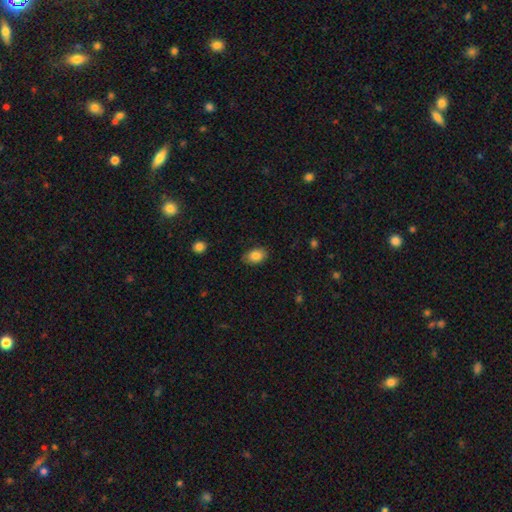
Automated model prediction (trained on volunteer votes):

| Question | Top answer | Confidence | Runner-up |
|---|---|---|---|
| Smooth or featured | smooth | 85% | star or artifact (8%) |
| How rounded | in between | 86% | round (12%) |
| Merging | none | 81% | minor disturbance (15%) |